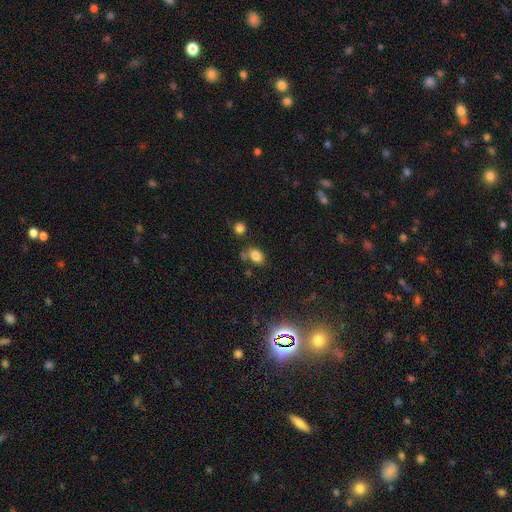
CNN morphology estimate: The model was most divided on "merging": none: 65%, minor disturbance: 16%, merger: 14%, major disturbance: 5%. More confident: how rounded — in between (82%); smooth or featured — smooth (81%).